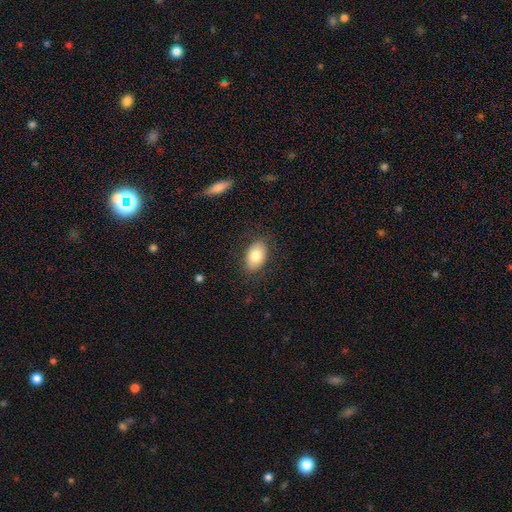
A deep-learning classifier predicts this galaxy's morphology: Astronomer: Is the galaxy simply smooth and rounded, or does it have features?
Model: smooth — 83%.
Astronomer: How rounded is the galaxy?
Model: in between — 90%.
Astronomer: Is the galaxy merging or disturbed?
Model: none — 84%.